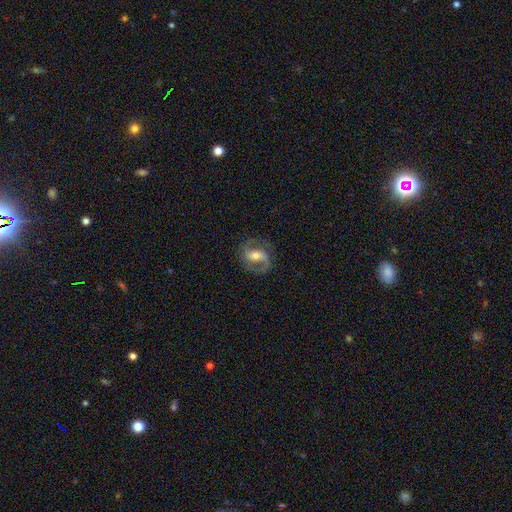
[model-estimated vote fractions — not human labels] This is clearly a featured or disk galaxy (81%). It is clearly not viewed edge-on (97%). Bar: marginally weak (40%). Spiral arm pattern: clearly yes (93%). Spiral arm count: clearly 2 (86%). Spiral winding: possibly medium (54%). Central bulge: possibly moderate (57%). Merging: likely none (78%).